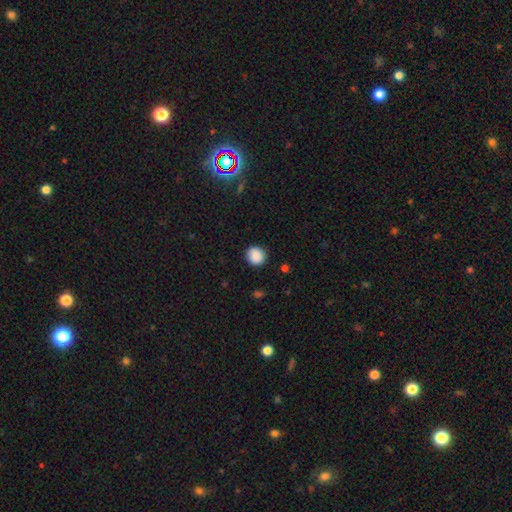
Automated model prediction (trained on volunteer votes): Smooth or featured? smooth (89%)
How rounded? round (90%)
Merging? none (89%)